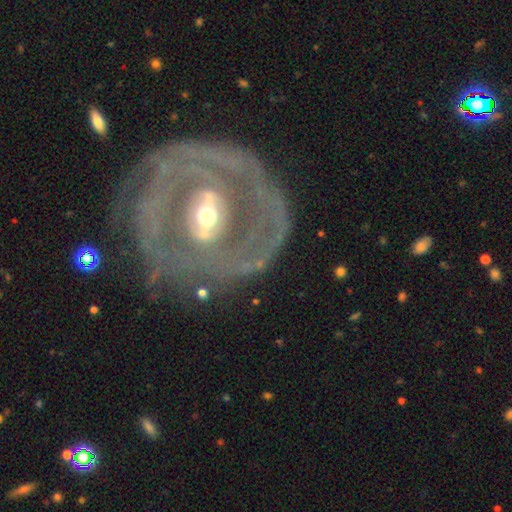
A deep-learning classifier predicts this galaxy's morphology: A featured or disk galaxy (82%) with a strong bar (38%), tight (68%) spiral arms (65%) and a moderate central bulge (57%).

Vote fractions:
- Smooth or featured? featured or disk: 82% / smooth: 11% / star or artifact: 6%
- Edge-on disk? no: 94% / yes: 6%
- Bar? strong: 38% / weak: 36% / no: 26%
- Spiral arms? yes: 65% / no: 35%
- Spiral winding? tight: 68% / medium: 22% / loose: 10%
- Spiral arm count? can't tell: 40% / 2: 29% / 3: 11% / 1: 8% / 4: 7% / more than 4: 6%
- Bulge size? moderate: 57% / small: 34% / large: 6% / dominant: 1% / none: 1%
- Merging? none: 70% / minor disturbance: 16% / major disturbance: 12% / merger: 3%